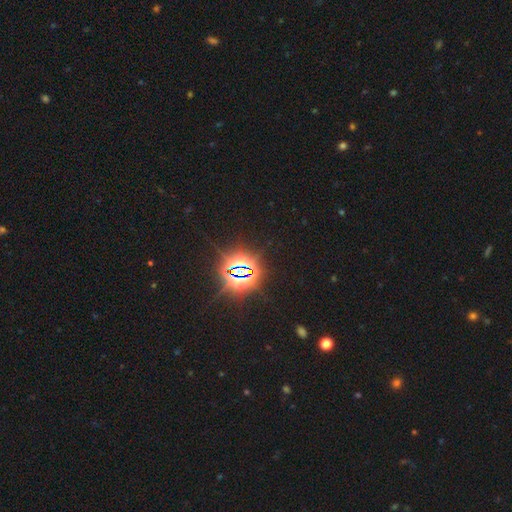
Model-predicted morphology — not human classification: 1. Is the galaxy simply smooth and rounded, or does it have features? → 84% star or artifact, 9% smooth, 6% featured or disk.